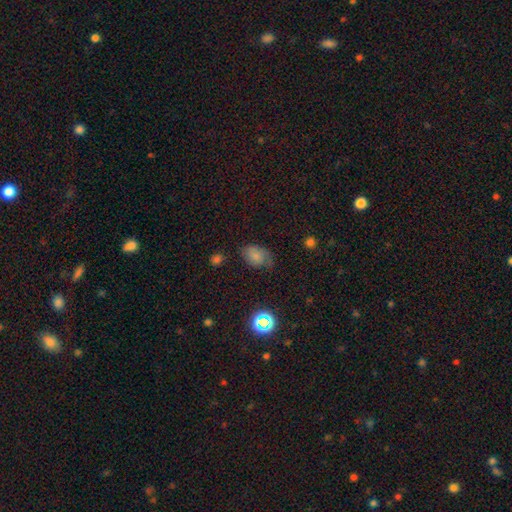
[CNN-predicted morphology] A smooth galaxy with no disk features (67%) that is in between round and cigar-shaped (83%).

Vote fractions:
- Smooth or featured? smooth: 67% / featured or disk: 18% / star or artifact: 15%
- How rounded? in between: 83% / round: 16% / cigar-shaped: 1%
- Merging? none: 55% / minor disturbance: 32% / major disturbance: 11% / merger: 2%